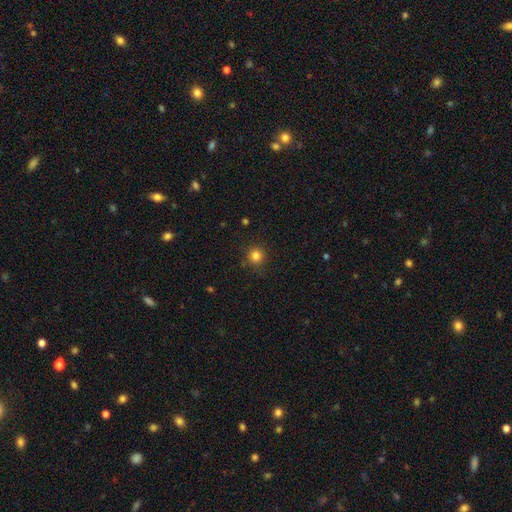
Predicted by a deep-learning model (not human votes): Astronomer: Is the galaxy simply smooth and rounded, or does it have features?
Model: smooth — 82%.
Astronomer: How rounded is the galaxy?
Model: round — 94%.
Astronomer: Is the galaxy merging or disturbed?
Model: none — 87%.